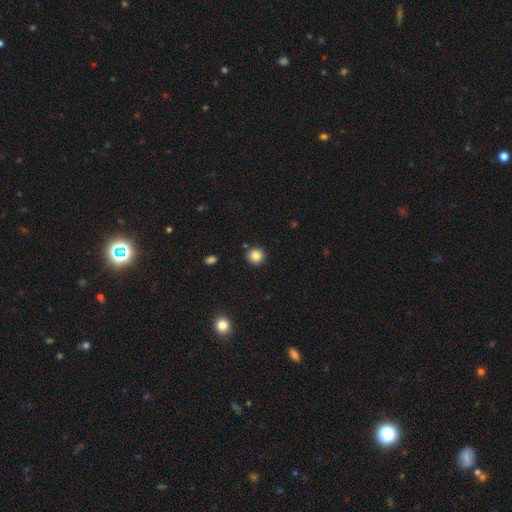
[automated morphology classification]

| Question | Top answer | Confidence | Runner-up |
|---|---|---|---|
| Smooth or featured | smooth | 86% | star or artifact (10%) |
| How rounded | round | 93% | in between (6%) |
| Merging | none | 89% | minor disturbance (6%) |